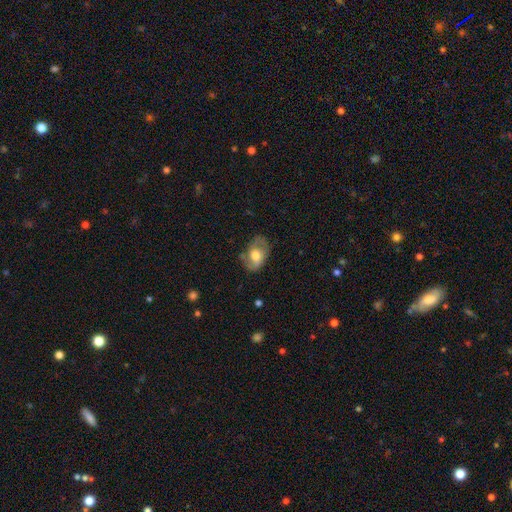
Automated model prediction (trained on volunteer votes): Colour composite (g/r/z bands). It shows a featured or disk galaxy (49%). Merging: none (62%).